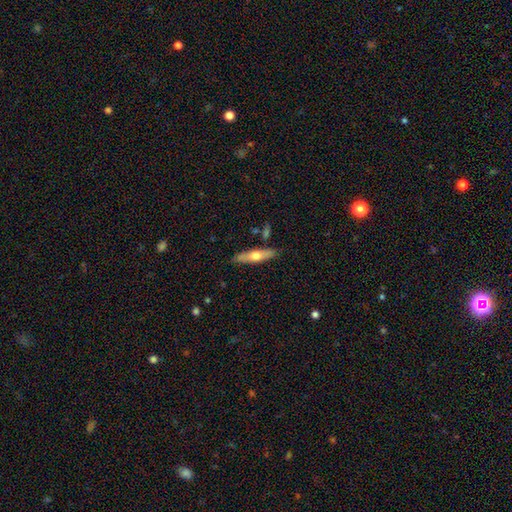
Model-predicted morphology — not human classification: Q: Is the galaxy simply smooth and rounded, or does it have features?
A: smooth — 53%.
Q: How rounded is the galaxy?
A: cigar-shaped — 71%.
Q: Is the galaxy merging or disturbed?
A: none — 82%.